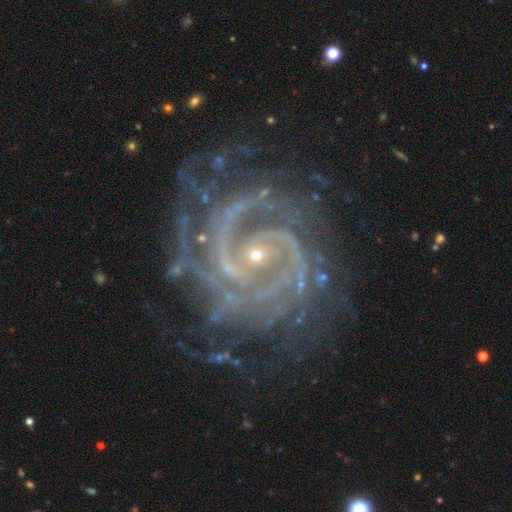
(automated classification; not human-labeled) smooth-or-featured: featured or disk: 92% | star or artifact: 6% | smooth: 2%
  disk-edge-on: no: 98% | yes: 2%
    bar: no: 57% | weak: 27% | strong: 16%
    has-spiral-arms: yes: 99% | no: 1%
      spiral-winding: tight: 62% | medium: 33% | loose: 5%
      spiral-arm-count: 2: 38% | 3: 20% | can't tell: 12% | 4: 12% | more than 4: 10% | 1: 8%
    bulge-size: small: 82% | moderate: 14% | none: 2% | large: 1% | dominant: 1%
  merging: none: 66% | minor disturbance: 19% | major disturbance: 13% | merger: 3%